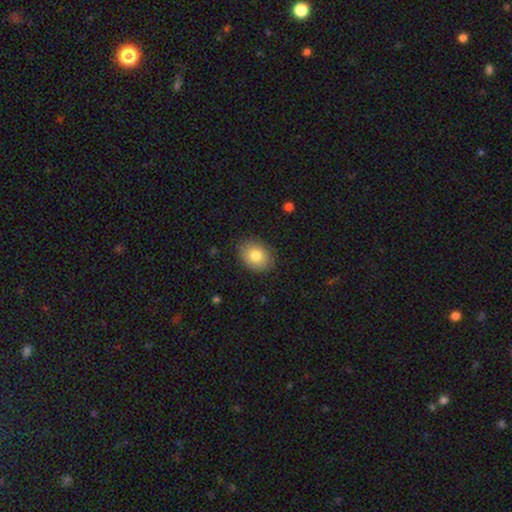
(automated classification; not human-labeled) A smooth galaxy with no disk features (80%) that is in between round and cigar-shaped (62%).

Vote fractions:
- Smooth or featured? smooth: 80% / featured or disk: 12% / star or artifact: 8%
- How rounded? in between: 62% / round: 37% / cigar-shaped: 1%
- Merging? none: 82% / minor disturbance: 14% / major disturbance: 3% / merger: 1%